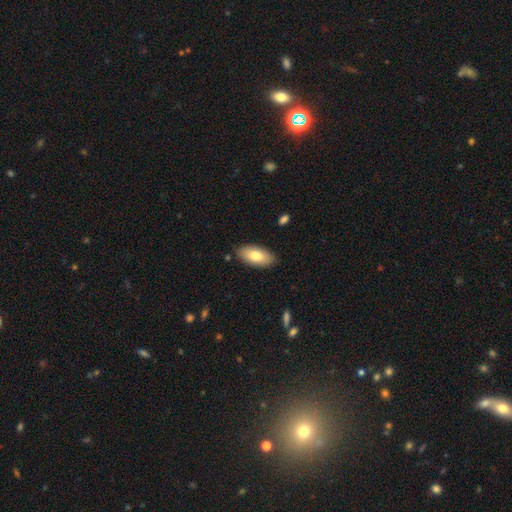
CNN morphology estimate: A smooth galaxy with no disk features (78%) that is in between round and cigar-shaped (91%).

Vote fractions:
- Smooth or featured? smooth: 78% / featured or disk: 16% / star or artifact: 6%
- How rounded? in between: 91% / cigar-shaped: 7% / round: 2%
- Merging? none: 86% / minor disturbance: 10% / major disturbance: 2% / merger: 2%